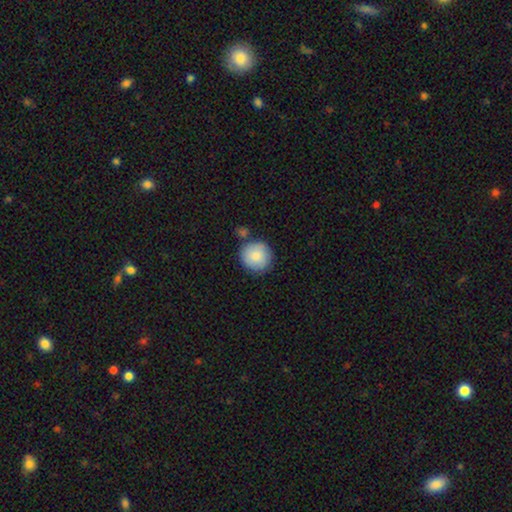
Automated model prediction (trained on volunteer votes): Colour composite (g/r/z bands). It shows a smooth galaxy with no disk features (80%) that is round (92%). Merging: none (73%).